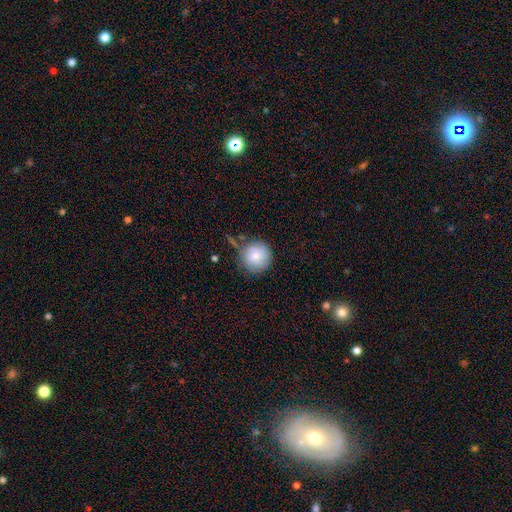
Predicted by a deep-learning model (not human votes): smooth 76%, featured or disk 16%, star or artifact 8%. Down the decision tree: how rounded — round (93%); merging — none (70%).